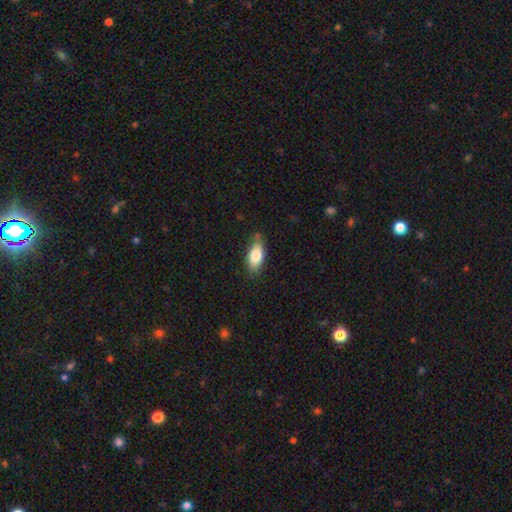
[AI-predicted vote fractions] Q: Smooth or featured?
A: smooth (80%); runner-up: featured or disk (13%)
Q: How rounded?
A: in between (87%); runner-up: cigar-shaped (9%)
Q: Merging?
A: none (76%); runner-up: minor disturbance (18%)